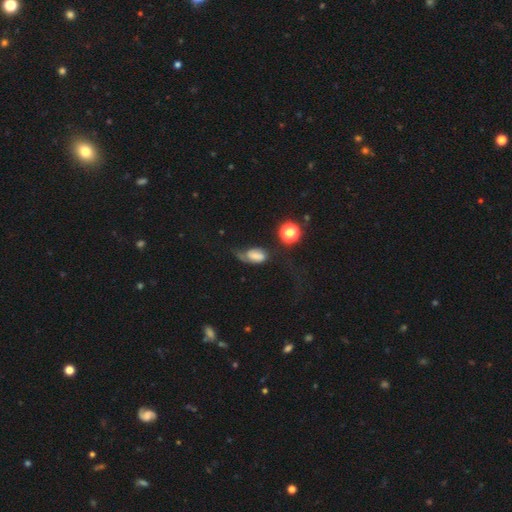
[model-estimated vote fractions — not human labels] Smooth or featured? Predicted: smooth (p=0.53). How rounded? Predicted: in between (p=0.83). Merging? Predicted: major disturbance (p=0.44).